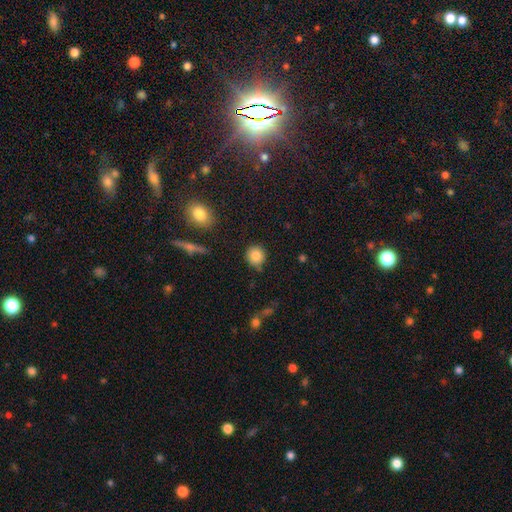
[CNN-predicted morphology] smooth_or_featured: smooth (p=0.84) [alt: star or artifact p=0.10]
how_rounded: round (p=0.91) [alt: in between p=0.08]
merging: none (p=0.79) [alt: minor disturbance p=0.15]